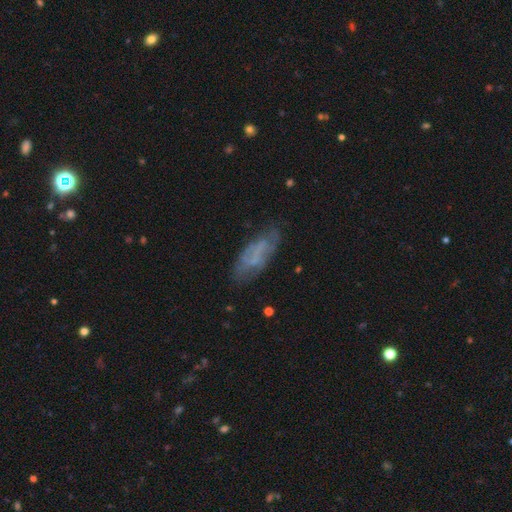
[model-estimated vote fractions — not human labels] Smooth or featured: featured or disk — 48% (smooth — 40%)
Merging: none — 68% (minor disturbance — 20%)